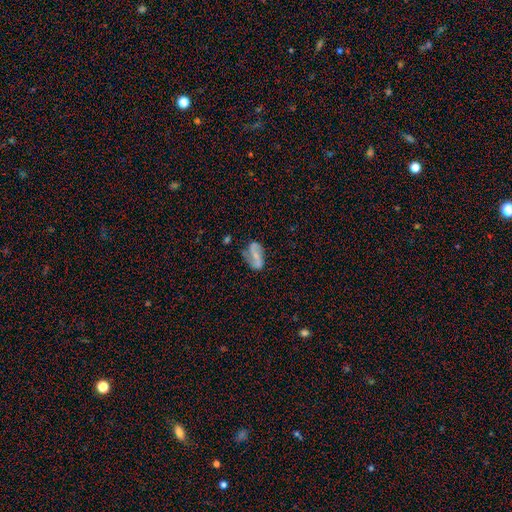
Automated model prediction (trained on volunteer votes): The model was most divided on "bar": strong: 41%, weak: 33%, no: 25%. More confident: edge-on disk — no (96%); spiral arm count — 2 (88%); spiral arms — yes (86%); smooth or featured — featured or disk (69%); merging — none (62%); spiral winding — loose (58%); bulge size — small (54%).